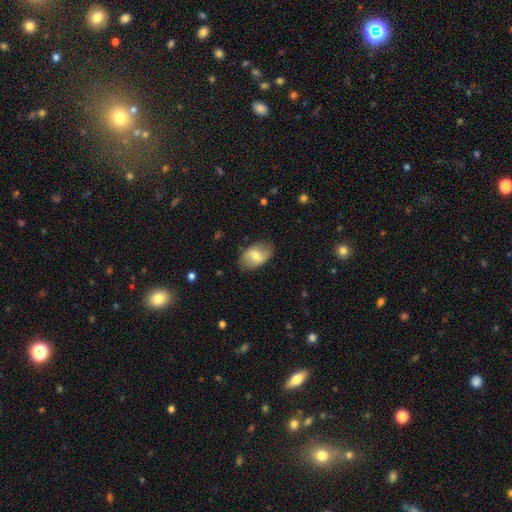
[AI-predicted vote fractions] Smooth or featured: smooth — 56% (featured or disk — 38%)
How rounded: in between — 89% (round — 10%)
Merging: none — 78% (minor disturbance — 16%)